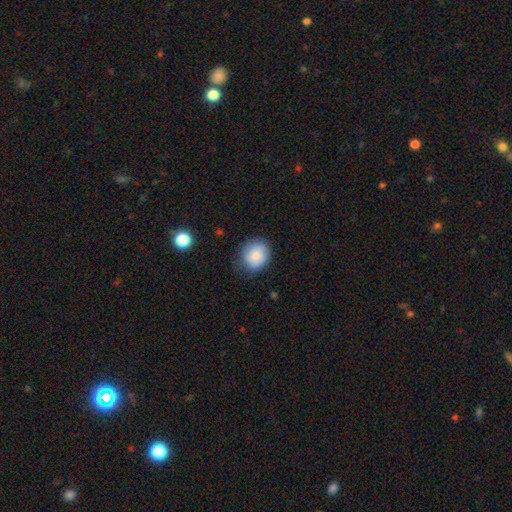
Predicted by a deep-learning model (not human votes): Smooth or featured? Predicted: smooth (p=0.78). How rounded? Predicted: round (p=0.73). Merging? Predicted: none (p=0.74).